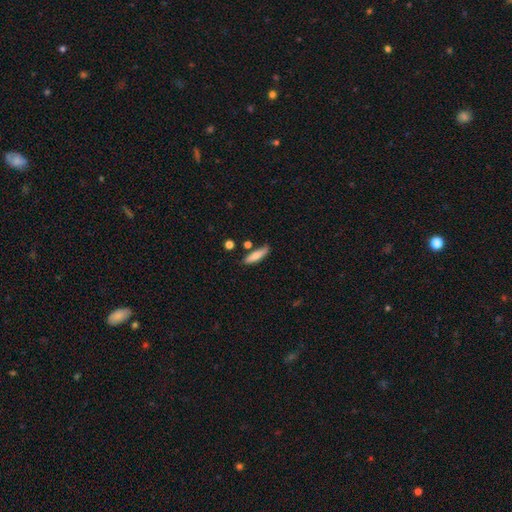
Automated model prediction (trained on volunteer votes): Smooth or featured: smooth — 75% (featured or disk — 18%)
How rounded: cigar-shaped — 70% (in between — 28%)
Merging: none — 73% (minor disturbance — 17%)